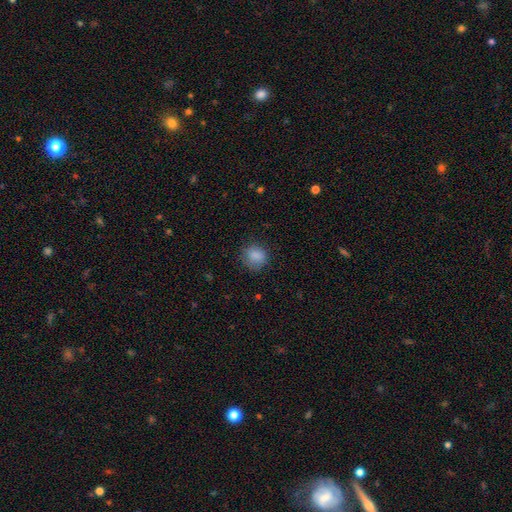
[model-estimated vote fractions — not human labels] Smooth or featured? Predicted: smooth (p=0.85). How rounded? Predicted: round (p=0.76). Merging? Predicted: none (p=0.77).